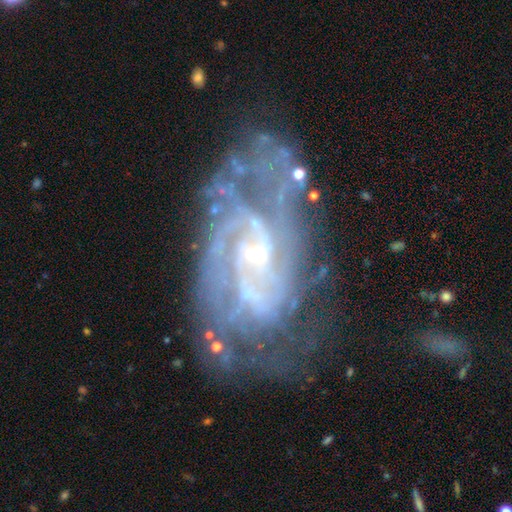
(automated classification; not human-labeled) featured or disk 88%, star or artifact 6%, smooth 5%. Down the decision tree: edge-on disk — no (97%); bar — no (45%); spiral arms — yes (94%); spiral arm count — 2 (37%); spiral winding — tight (46%); bulge size — small (74%); merging — none (51%).